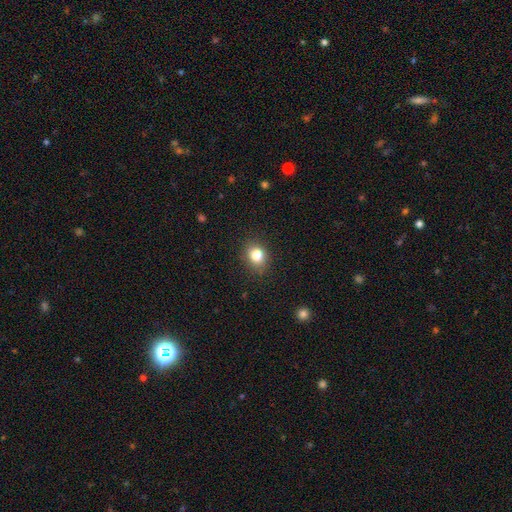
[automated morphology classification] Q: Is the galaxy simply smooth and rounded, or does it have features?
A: smooth — 82%.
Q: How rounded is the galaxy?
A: round — 66%.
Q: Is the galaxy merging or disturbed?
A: none — 86%.